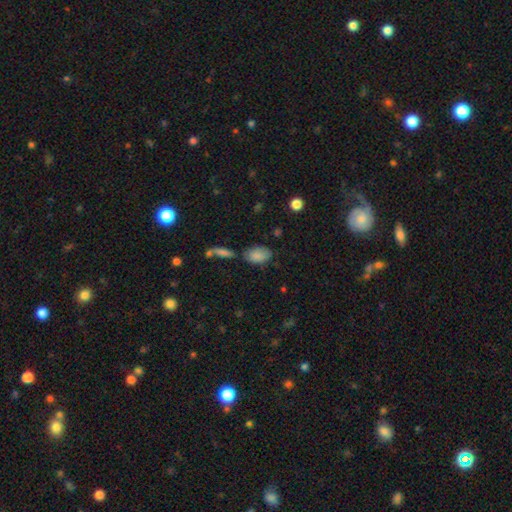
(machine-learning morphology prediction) Smooth or featured? Predicted: smooth (p=0.85). How rounded? Predicted: in between (p=0.92). Merging? Predicted: none (p=0.63).